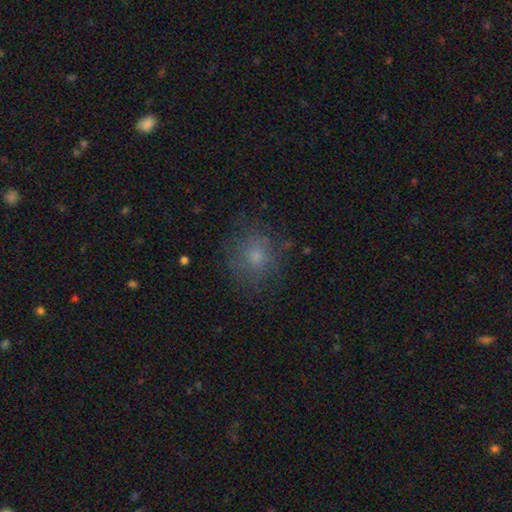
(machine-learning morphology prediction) Q: Smooth or featured?
A: smooth (66%); runner-up: featured or disk (21%)
Q: How rounded?
A: round (79%); runner-up: in between (20%)
Q: Merging?
A: none (70%); runner-up: minor disturbance (17%)